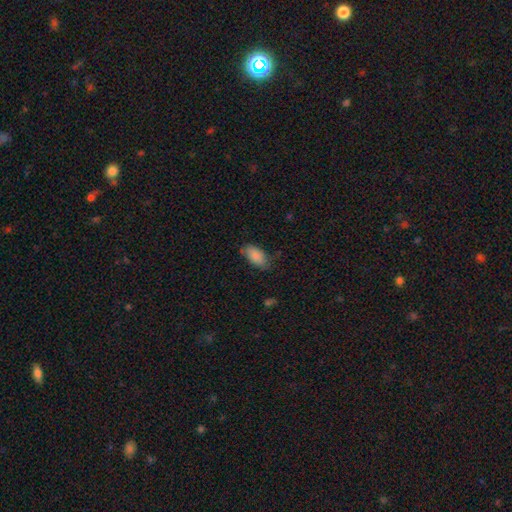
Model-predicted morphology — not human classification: A smooth galaxy with no disk features (86%) that is in between round and cigar-shaped (93%).

Vote fractions:
- Smooth or featured? smooth: 86% / featured or disk: 7% / star or artifact: 7%
- How rounded? in between: 93% / cigar-shaped: 4% / round: 3%
- Merging? none: 69% / minor disturbance: 24% / major disturbance: 6% / merger: 2%